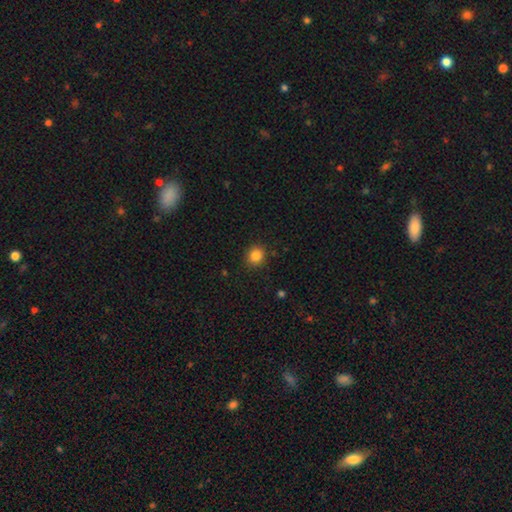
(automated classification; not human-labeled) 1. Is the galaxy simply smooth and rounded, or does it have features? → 85% smooth, 11% star or artifact, 4% featured or disk.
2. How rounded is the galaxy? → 84% round, 15% in between, 1% cigar-shaped.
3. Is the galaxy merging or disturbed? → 89% none, 7% minor disturbance, 2% major disturbance, 1% merger.